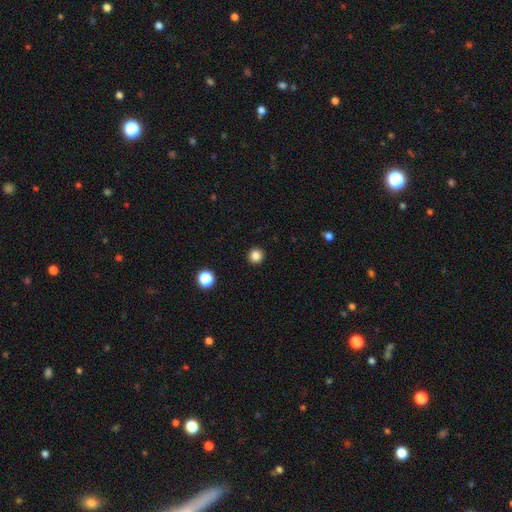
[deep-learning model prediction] Smooth or featured? Predicted: smooth (p=0.84). How rounded? Predicted: round (p=0.95). Merging? Predicted: none (p=0.93).